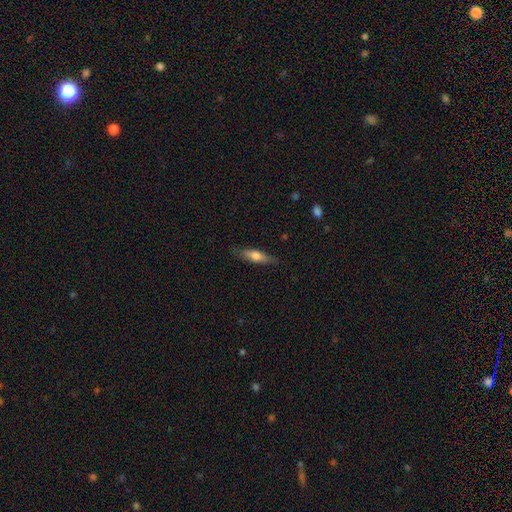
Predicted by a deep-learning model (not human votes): Morphology: type=smooth (62%); roundness=cigar-shaped (62%); merging=none (82%).